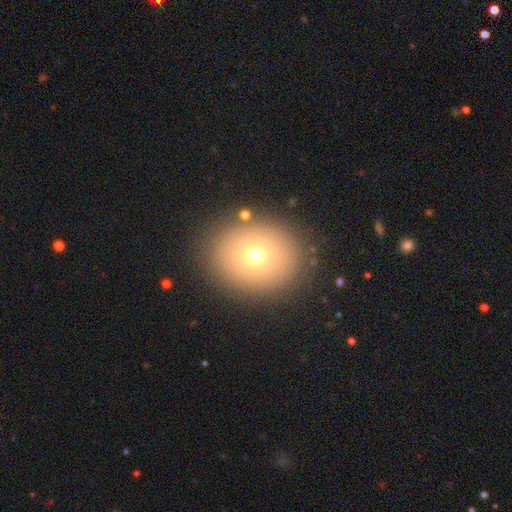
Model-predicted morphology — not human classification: smooth 70%, star or artifact 16%, featured or disk 15%. Down the decision tree: how rounded — round (74%); merging — none (87%).